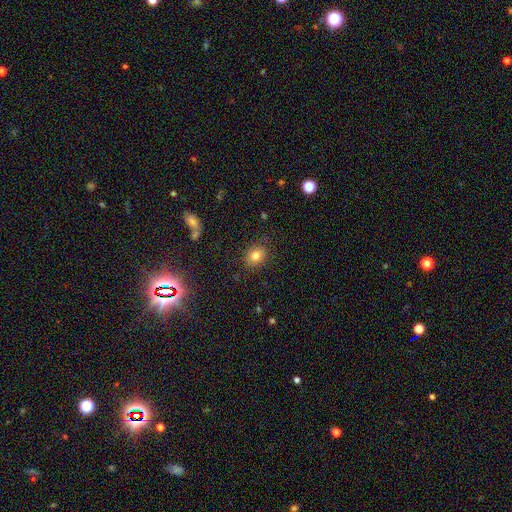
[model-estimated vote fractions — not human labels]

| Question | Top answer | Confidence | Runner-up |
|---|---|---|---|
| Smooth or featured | smooth | 80% | star or artifact (11%) |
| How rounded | in between | 54% | round (44%) |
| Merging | none | 83% | minor disturbance (12%) |